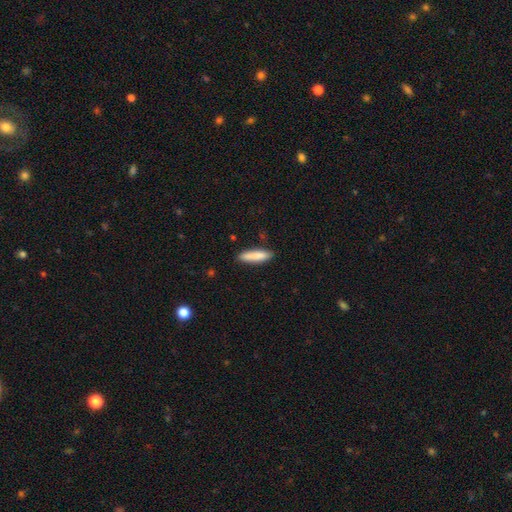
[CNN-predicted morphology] Q: Smooth or featured?
A: smooth (85%); runner-up: featured or disk (9%)
Q: How rounded?
A: cigar-shaped (74%); runner-up: in between (25%)
Q: Merging?
A: none (85%); runner-up: minor disturbance (11%)